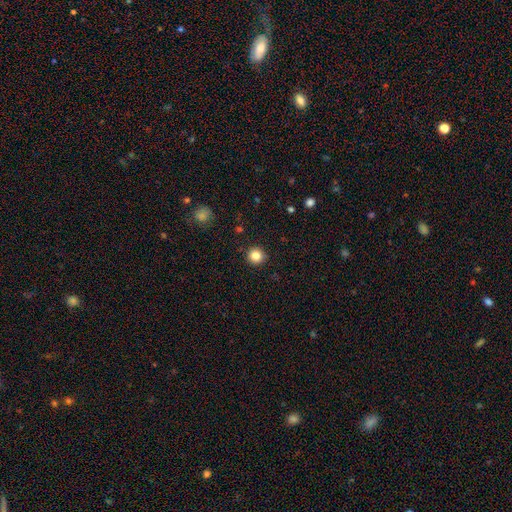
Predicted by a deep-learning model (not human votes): Smooth or featured: smooth — 84% (star or artifact — 11%)
How rounded: round — 95% (in between — 4%)
Merging: none — 92% (minor disturbance — 5%)